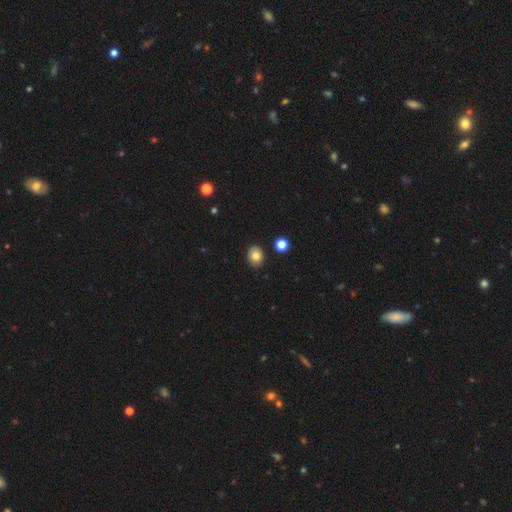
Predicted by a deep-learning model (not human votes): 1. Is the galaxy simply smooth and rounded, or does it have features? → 81% smooth, 10% star or artifact, 10% featured or disk.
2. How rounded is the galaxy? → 59% round, 40% in between, 1% cigar-shaped.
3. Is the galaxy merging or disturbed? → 89% none, 7% minor disturbance, 2% merger, 2% major disturbance.